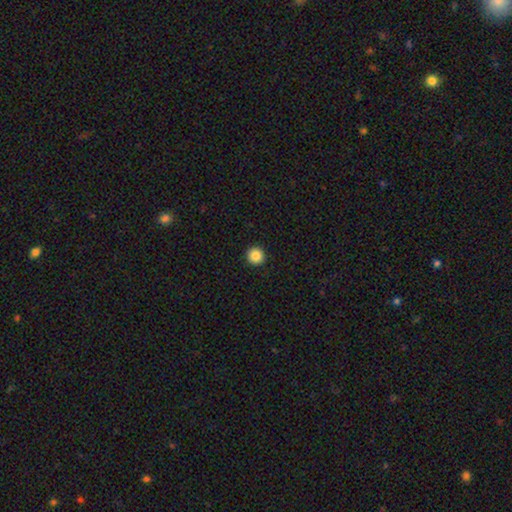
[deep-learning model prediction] This appears to be a smooth galaxy with no disk features (86%) that is round (96%). Merging: none (94%).